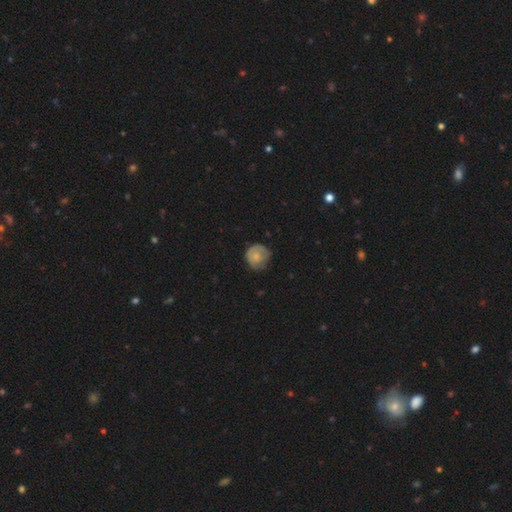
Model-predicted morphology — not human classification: This is likely a smooth galaxy (68%). How rounded: clearly round (88%). Merging: likely none (61%).